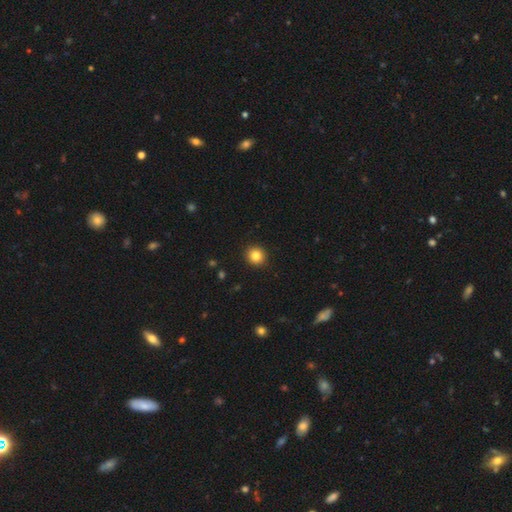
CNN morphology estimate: A smooth galaxy with no disk features (84%) that is round (92%).

Vote fractions:
- Smooth or featured? smooth: 84% / star or artifact: 11% / featured or disk: 5%
- How rounded? round: 92% / in between: 7% / cigar-shaped: 1%
- Merging? none: 92% / minor disturbance: 5% / major disturbance: 2% / merger: 1%